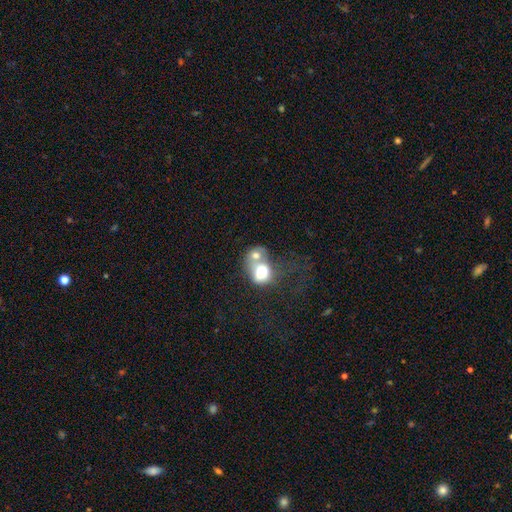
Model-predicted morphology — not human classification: Smooth or featured? Predicted: smooth (p=0.62). How rounded? Predicted: in between (p=0.53). Merging? Predicted: merger (p=0.71).